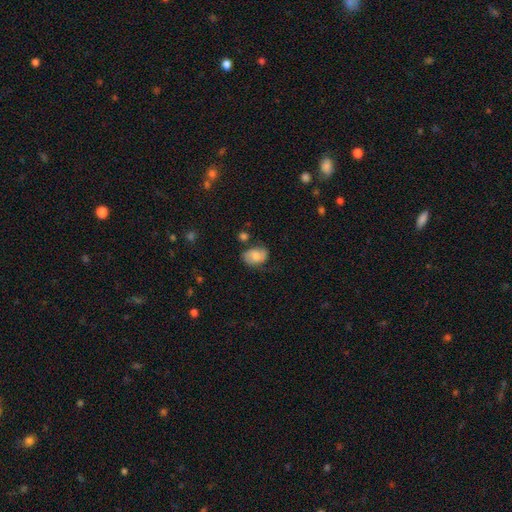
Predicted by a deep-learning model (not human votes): smooth_or_featured: smooth (p=0.58) [alt: featured or disk p=0.33]
how_rounded: in between (p=0.74) [alt: round p=0.25]
merging: none (p=0.62) [alt: minor disturbance p=0.25]